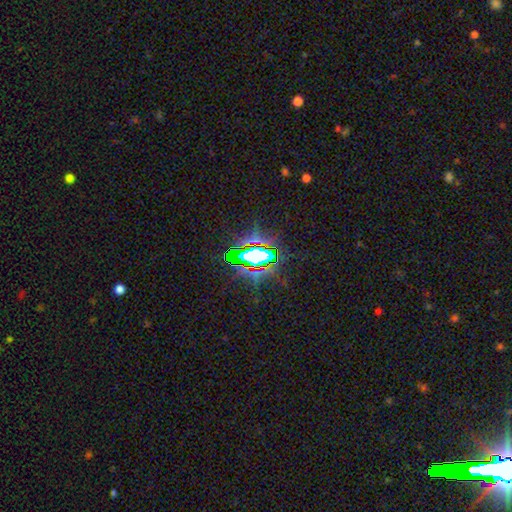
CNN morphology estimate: This appears to be a star or artifact, not a galaxy (72%).